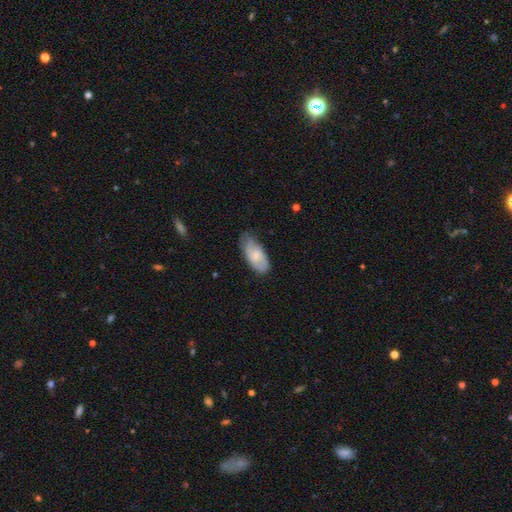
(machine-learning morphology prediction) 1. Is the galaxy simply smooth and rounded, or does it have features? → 51% smooth, 43% featured or disk, 6% star or artifact.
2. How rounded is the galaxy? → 88% in between, 9% cigar-shaped, 3% round.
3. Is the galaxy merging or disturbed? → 65% none, 28% minor disturbance, 6% major disturbance, 1% merger.